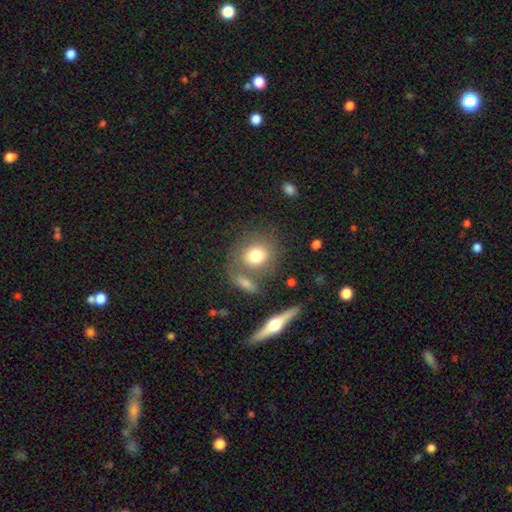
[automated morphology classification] Q: Smooth or featured?
A: smooth (75%); runner-up: featured or disk (16%)
Q: How rounded?
A: round (73%); runner-up: in between (25%)
Q: Merging?
A: none (61%); runner-up: merger (20%)